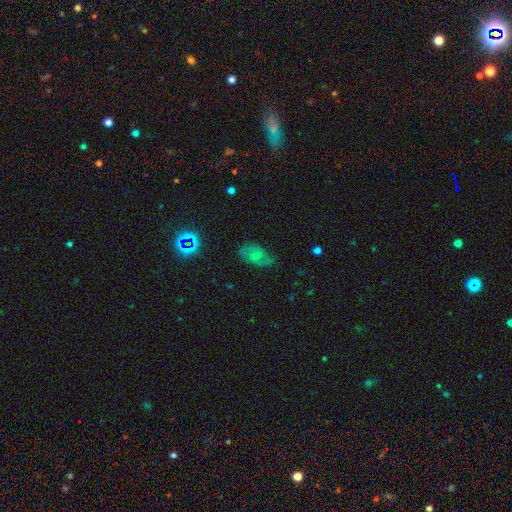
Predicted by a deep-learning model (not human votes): Q: Smooth or featured?
A: featured or disk (52%); runner-up: smooth (27%)
Q: Edge-on disk?
A: no (95%); runner-up: yes (5%)
Q: Merging?
A: none (68%); runner-up: minor disturbance (21%)